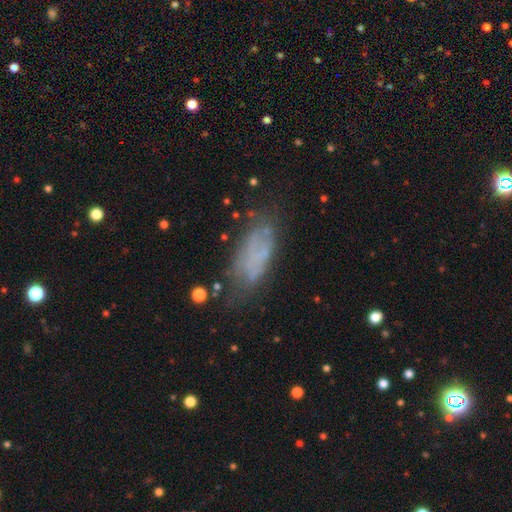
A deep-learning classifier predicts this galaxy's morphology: The model was most divided on "smooth or featured": smooth: 51%, featured or disk: 36%, star or artifact: 13%. More confident: how rounded — in between (78%); merging — none (58%).